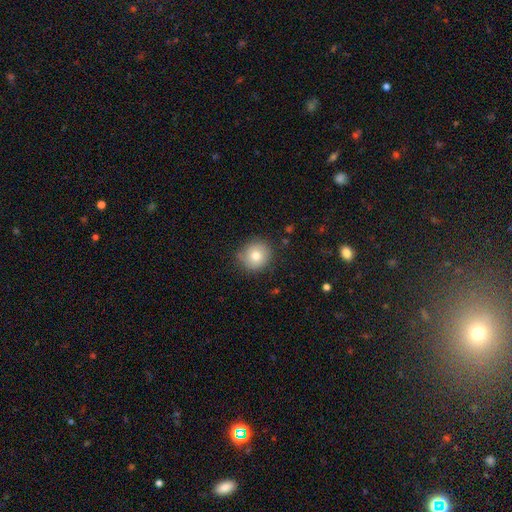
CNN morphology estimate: type=smooth (77%); roundness=round (88%); merging=none (80%).